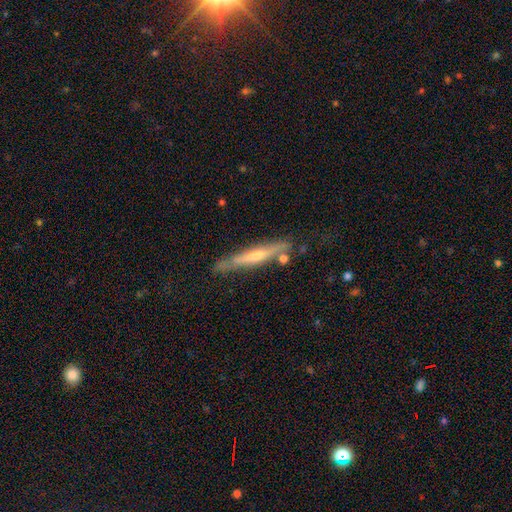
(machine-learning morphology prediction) This appears to be a featured or disk galaxy (58%) viewed edge-on (92%) with a rounded central bulge (50%). Merging: none (72%).